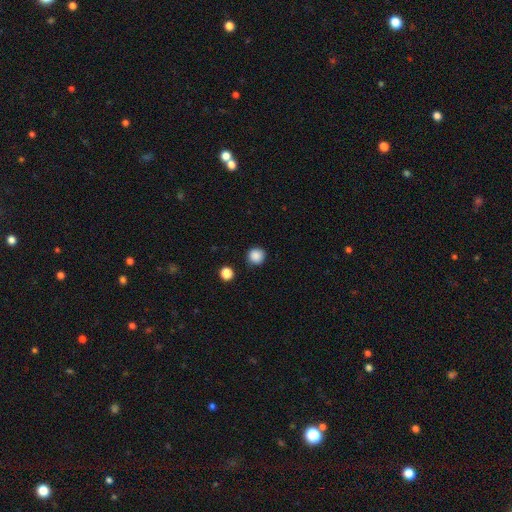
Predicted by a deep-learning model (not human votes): Smooth or featured: smooth — 87% (star or artifact — 10%)
How rounded: round — 94% (in between — 5%)
Merging: none — 89% (minor disturbance — 7%)